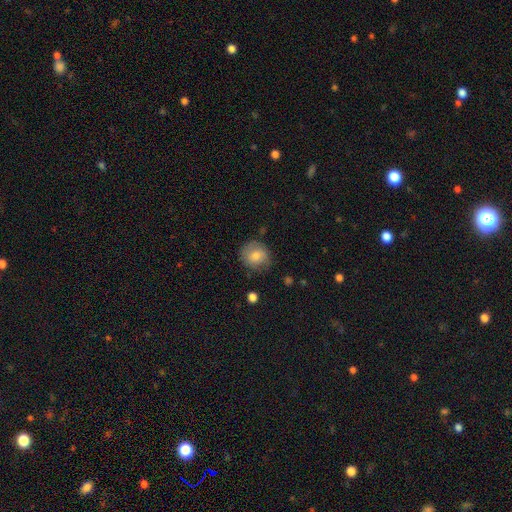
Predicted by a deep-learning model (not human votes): This appears to be a smooth galaxy with no disk features (73%) that is round (84%). Merging: none (77%).